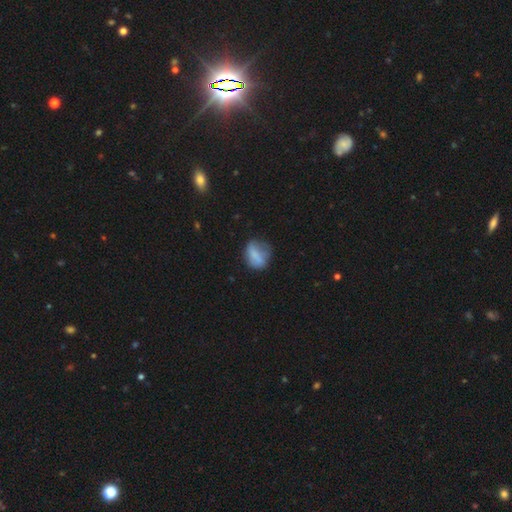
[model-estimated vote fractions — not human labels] Smooth or featured?
  - smooth: 68% *
  - featured or disk: 22%
  - star or artifact: 9%
How rounded?
  - in between: 49% *
  - round: 48%
  - cigar-shaped: 3%
Merging?
  - none: 50% *
  - minor disturbance: 30%
  - major disturbance: 16%
  - merger: 4%